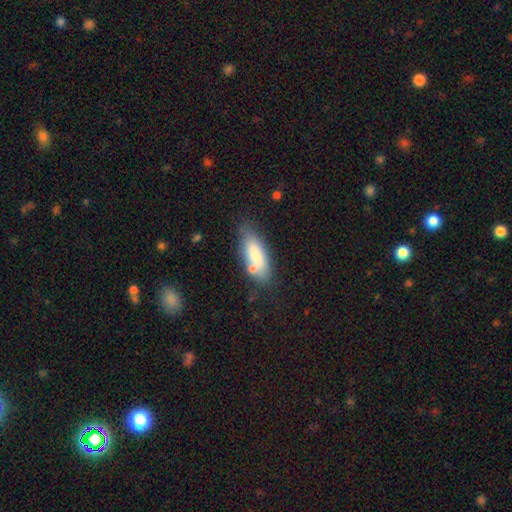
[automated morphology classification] Smooth or featured? Predicted: smooth (p=0.74). How rounded? Predicted: in between (p=0.72). Merging? Predicted: none (p=0.63).